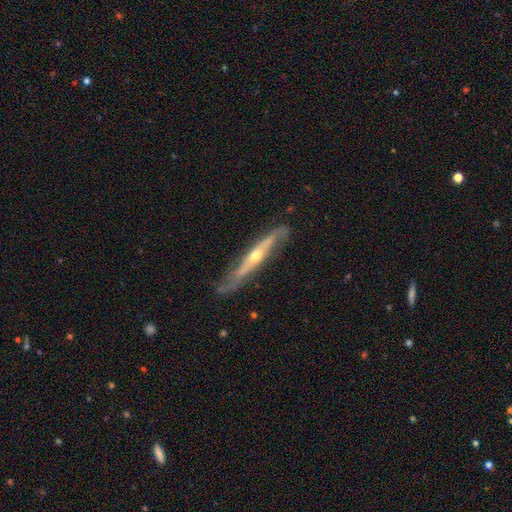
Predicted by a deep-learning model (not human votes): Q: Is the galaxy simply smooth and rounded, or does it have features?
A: featured or disk — 79%.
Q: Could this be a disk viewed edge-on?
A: yes — 77%.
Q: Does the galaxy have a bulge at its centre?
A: rounded — 84%.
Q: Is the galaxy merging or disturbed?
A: none — 72%.